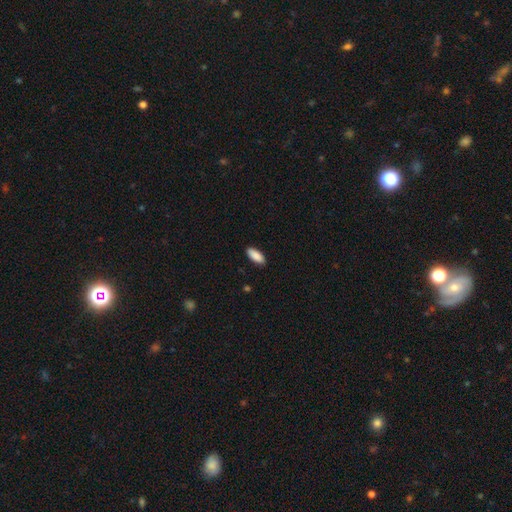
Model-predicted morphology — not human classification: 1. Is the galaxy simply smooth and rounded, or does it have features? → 90% smooth, 6% star or artifact, 4% featured or disk.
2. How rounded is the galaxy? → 85% in between, 14% cigar-shaped, 2% round.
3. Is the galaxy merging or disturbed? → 88% none, 9% minor disturbance, 2% major disturbance, 1% merger.